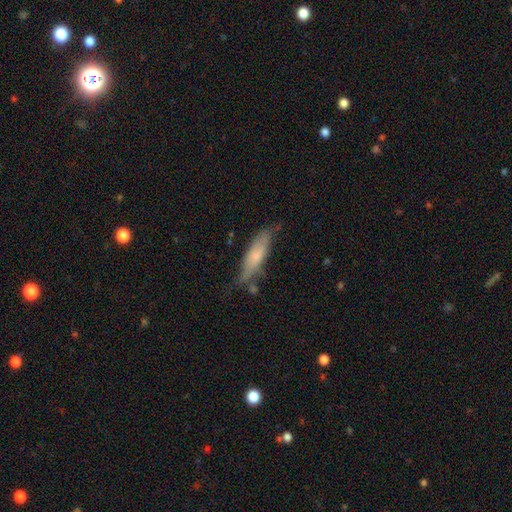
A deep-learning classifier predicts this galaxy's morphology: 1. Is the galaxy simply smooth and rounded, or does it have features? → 64% smooth, 30% featured or disk, 7% star or artifact.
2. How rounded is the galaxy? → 67% cigar-shaped, 31% in between, 2% round.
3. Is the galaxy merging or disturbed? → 56% none, 30% minor disturbance, 9% major disturbance, 5% merger.